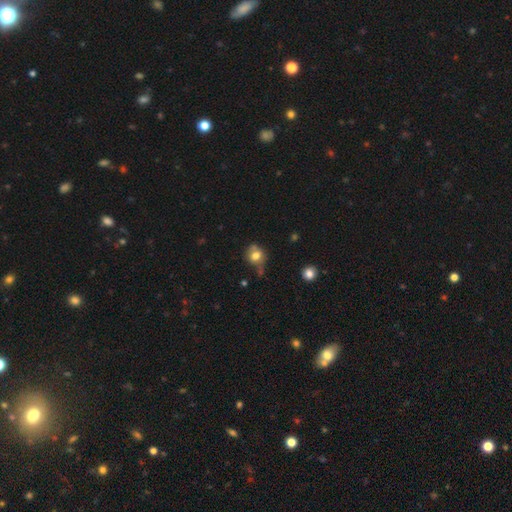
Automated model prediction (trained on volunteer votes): smooth_or_featured: smooth (p=0.73) [alt: featured or disk p=0.15]
how_rounded: round (p=0.72) [alt: in between p=0.27]
merging: none (p=0.51) [alt: minor disturbance p=0.25]